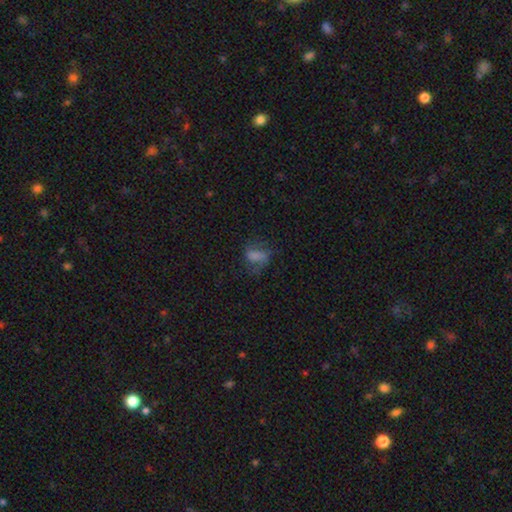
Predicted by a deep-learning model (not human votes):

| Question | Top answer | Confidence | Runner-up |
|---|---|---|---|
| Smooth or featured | smooth | 53% | featured or disk (34%) |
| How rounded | in between | 74% | round (22%) |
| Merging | none | 48% | major disturbance (27%) |